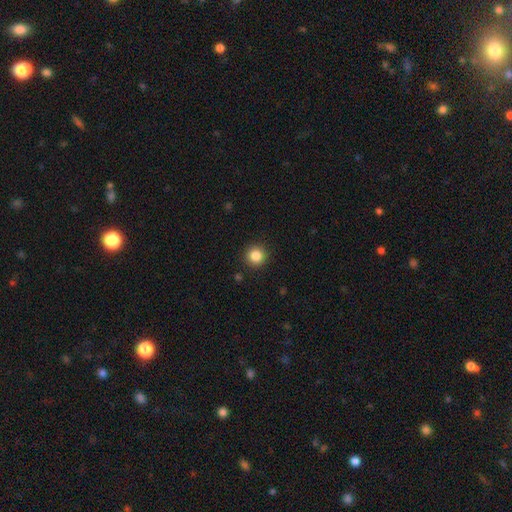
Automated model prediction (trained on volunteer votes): A smooth galaxy with no disk features (85%) that is round (94%).

Vote fractions:
- Smooth or featured? smooth: 85% / star or artifact: 11% / featured or disk: 5%
- How rounded? round: 94% / in between: 5% / cigar-shaped: 1%
- Merging? none: 92% / minor disturbance: 5% / major disturbance: 2% / merger: 1%